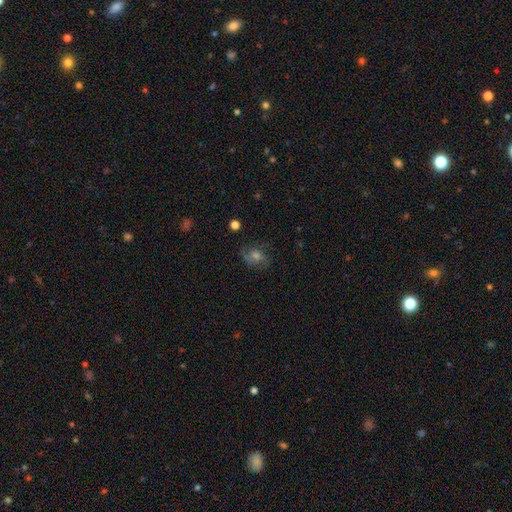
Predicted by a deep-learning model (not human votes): Smooth or featured? Predicted: featured or disk (p=0.57). Edge-on disk? Predicted: no (p=0.97). Bar? Predicted: no (p=0.63). Spiral arms? Predicted: yes (p=0.88). Bulge size? Predicted: moderate (p=0.52). Merging? Predicted: none (p=0.72).